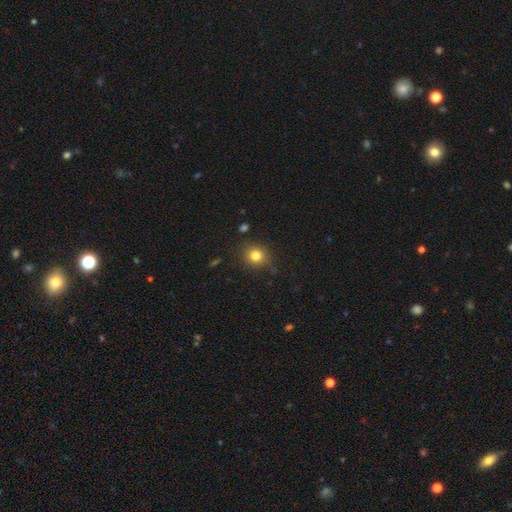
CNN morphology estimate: A smooth galaxy with no disk features (81%) that is round (86%). Merging: none (84%).